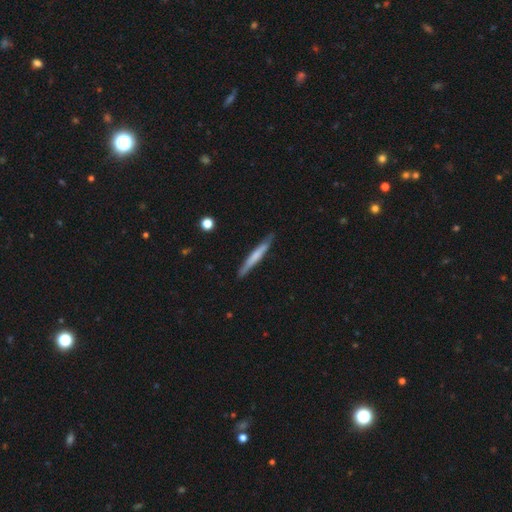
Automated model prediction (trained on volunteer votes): smooth_or_featured: smooth (p=0.54) [alt: featured or disk p=0.41]
how_rounded: cigar-shaped (p=0.96) [alt: in between p=0.03]
merging: none (p=0.86) [alt: minor disturbance p=0.11]